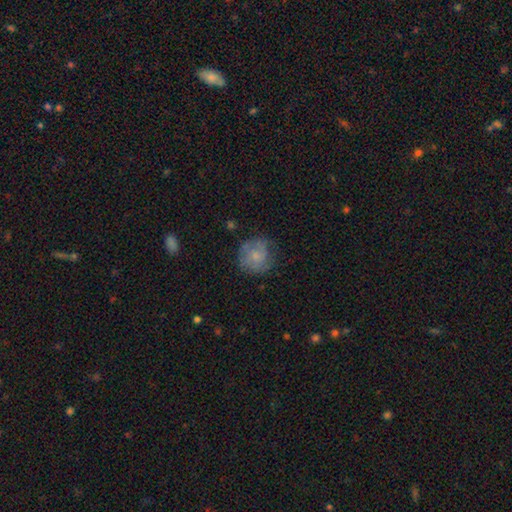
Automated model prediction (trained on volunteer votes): A smooth galaxy with no disk features (58%) that is round (87%). Merging: none (65%).